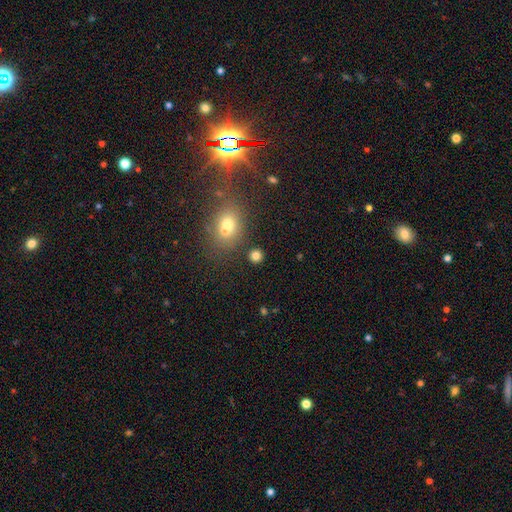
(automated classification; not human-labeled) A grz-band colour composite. It shows a smooth galaxy with no disk features (80%) that is round (86%). Merging: none (80%).